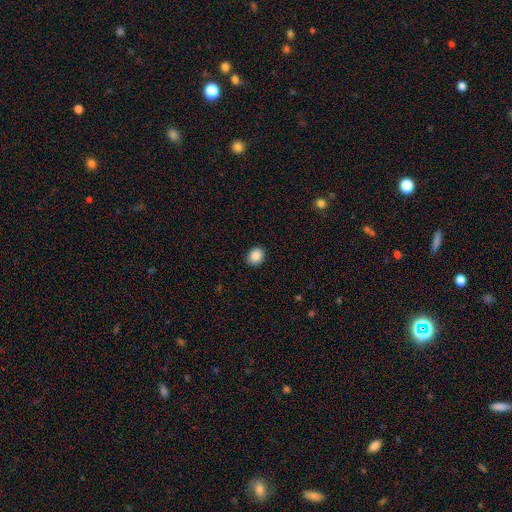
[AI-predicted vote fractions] Smooth or featured?
  - smooth: 88% *
  - star or artifact: 8%
  - featured or disk: 3%
How rounded?
  - round: 53% *
  - in between: 46%
  - cigar-shaped: 1%
Merging?
  - none: 88% *
  - minor disturbance: 9%
  - major disturbance: 2%
  - merger: 1%